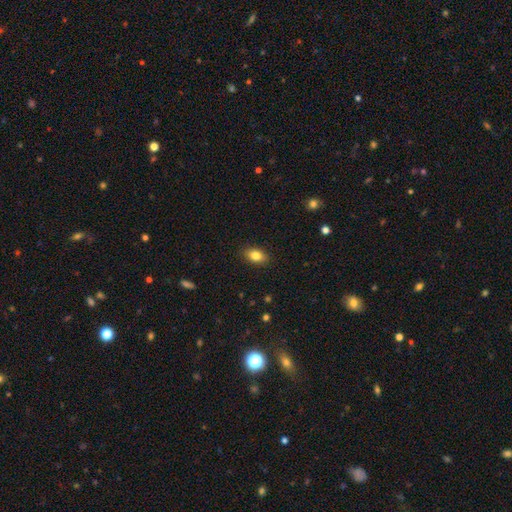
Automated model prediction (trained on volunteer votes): Smooth or featured? smooth (83%)
How rounded? in between (87%)
Merging? none (89%)